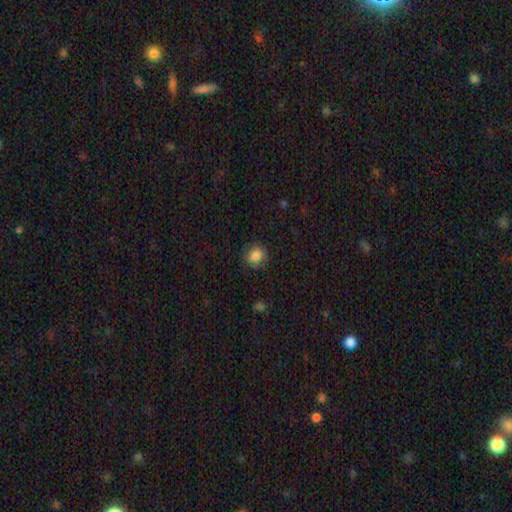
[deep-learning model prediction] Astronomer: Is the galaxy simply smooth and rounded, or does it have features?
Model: smooth — 85%.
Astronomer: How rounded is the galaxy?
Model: round — 68%.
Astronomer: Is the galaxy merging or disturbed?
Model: none — 83%.